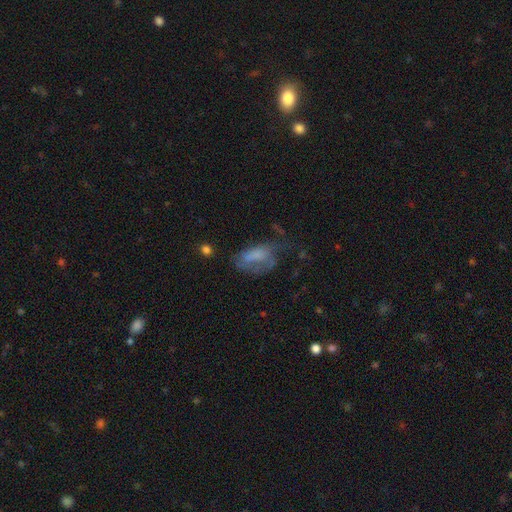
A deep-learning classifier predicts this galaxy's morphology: The model was most divided on "merging": major disturbance: 42%, none: 29%, minor disturbance: 25%, merger: 4%. More confident: how rounded — in between (86%); smooth or featured — smooth (53%).